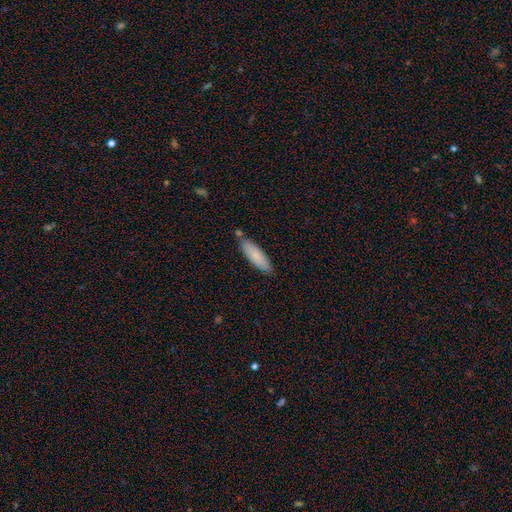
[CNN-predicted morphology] This appears to be a smooth galaxy with no disk features (82%) that is cigar-shaped (55%). Merging: none (77%).